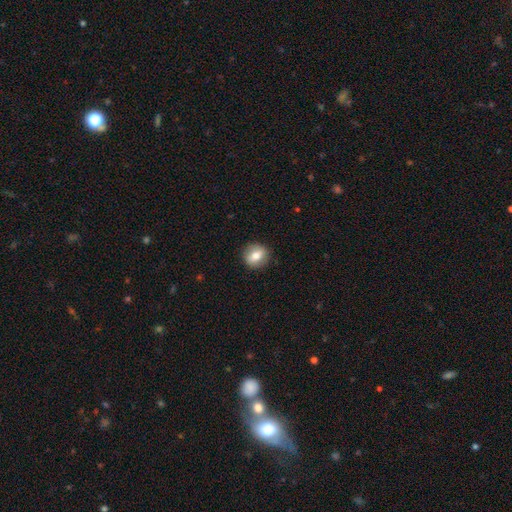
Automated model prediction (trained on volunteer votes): smooth-or-featured: smooth: 70% | featured or disk: 21% | star or artifact: 9%
  how-rounded: round: 79% | in between: 20% | cigar-shaped: 1%
  merging: none: 89% | minor disturbance: 8% | major disturbance: 2% | merger: 1%